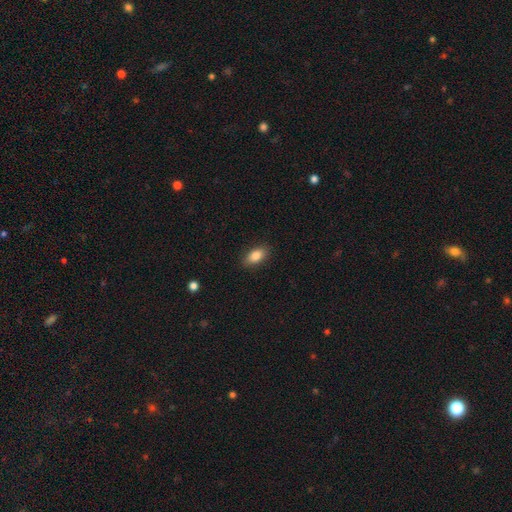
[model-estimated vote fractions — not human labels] Smooth or featured?
  - smooth: 84% *
  - featured or disk: 8%
  - star or artifact: 8%
How rounded?
  - in between: 89% *
  - cigar-shaped: 6%
  - round: 5%
Merging?
  - none: 87% *
  - minor disturbance: 9%
  - major disturbance: 2%
  - merger: 1%